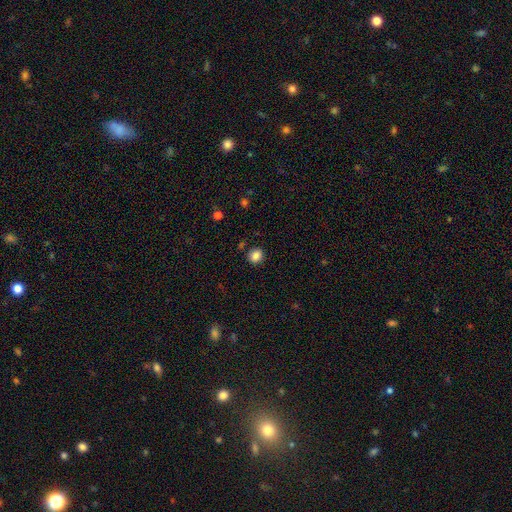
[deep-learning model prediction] This is clearly a smooth galaxy (85%). How rounded: clearly round (81%). Merging: clearly none (88%).